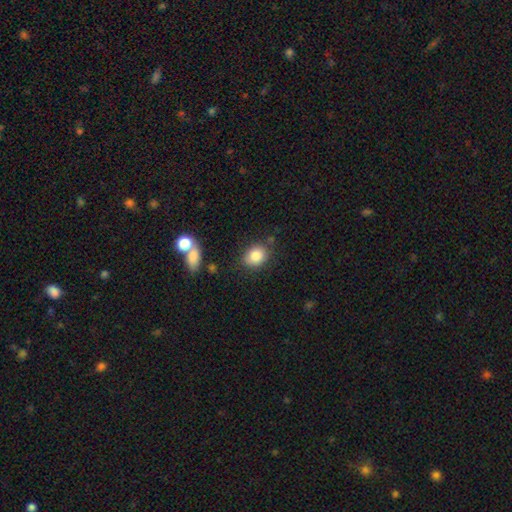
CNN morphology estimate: This appears to be a smooth galaxy with no disk features (85%) that is in between round and cigar-shaped (52%). Merging: none (75%).